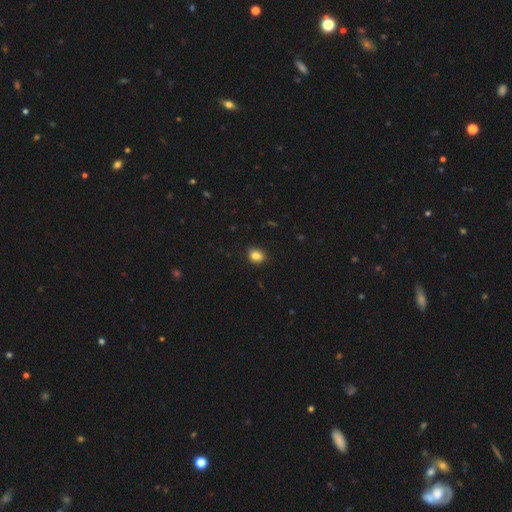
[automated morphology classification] Q: Smooth or featured?
A: smooth (83%); runner-up: star or artifact (10%)
Q: How rounded?
A: in between (52%); runner-up: round (47%)
Q: Merging?
A: none (79%); runner-up: minor disturbance (16%)